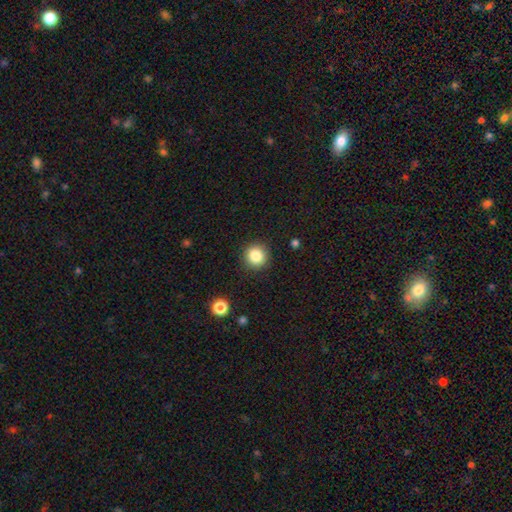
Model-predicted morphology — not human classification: Smooth or featured?
  - smooth: 85% *
  - star or artifact: 11%
  - featured or disk: 5%
How rounded?
  - round: 92% *
  - in between: 7%
  - cigar-shaped: 1%
Merging?
  - none: 90% *
  - minor disturbance: 7%
  - major disturbance: 2%
  - merger: 1%